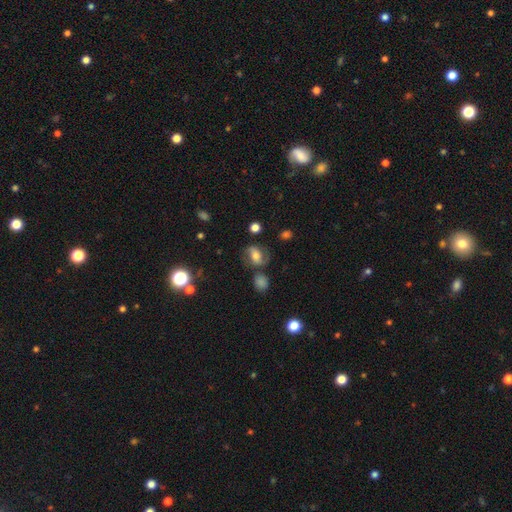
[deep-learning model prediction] smooth_or_featured: featured or disk (p=0.48) [alt: smooth p=0.40]
merging: none (p=0.65) [alt: minor disturbance p=0.18]